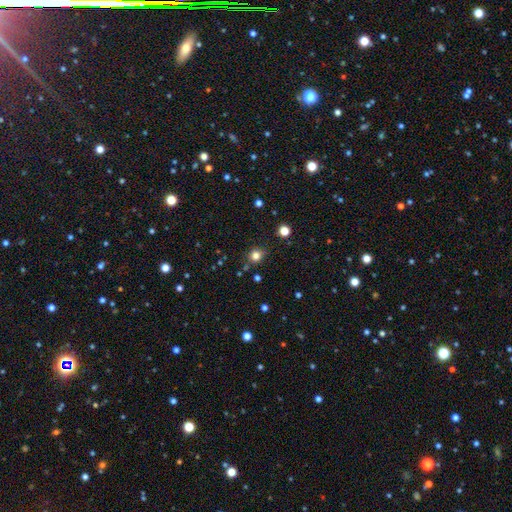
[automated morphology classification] This appears to be a smooth galaxy with no disk features (80%) that is round (86%). Merging: none (82%).